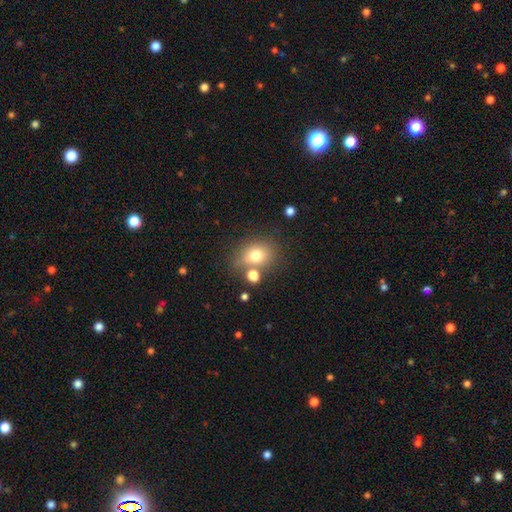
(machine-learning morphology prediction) This appears to be a smooth galaxy with no disk features (74%) that is round (59%). Merging: none (64%).